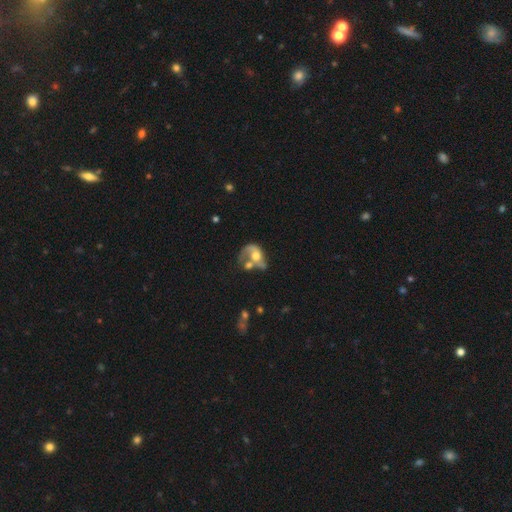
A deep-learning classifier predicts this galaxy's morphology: A featured or disk galaxy (64%) with no bar (72%), spiral arms (69%) and a moderate central bulge (63%).

Vote fractions:
- Smooth or featured? featured or disk: 64% / smooth: 28% / star or artifact: 8%
- Edge-on disk? no: 97% / yes: 3%
- Bar? no: 72% / weak: 22% / strong: 6%
- Spiral arms? yes: 69% / no: 31%
- Bulge size? moderate: 63% / large: 18% / small: 13% / none: 4% / dominant: 2%
- Merging? merger: 42% / major disturbance: 26% / none: 20% / minor disturbance: 13%